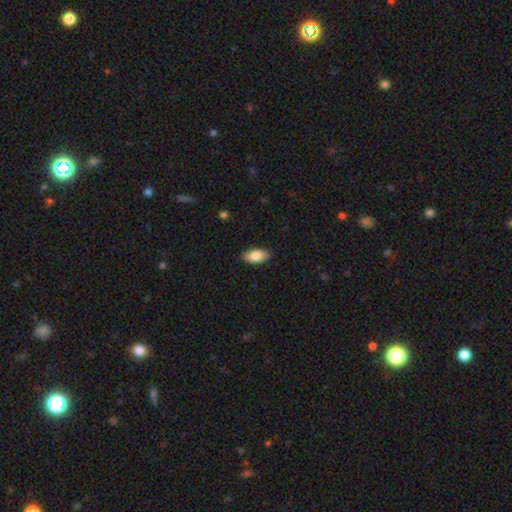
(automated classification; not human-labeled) Overall: smooth (84%). How rounded: in between (92%). Merging: none (88%).